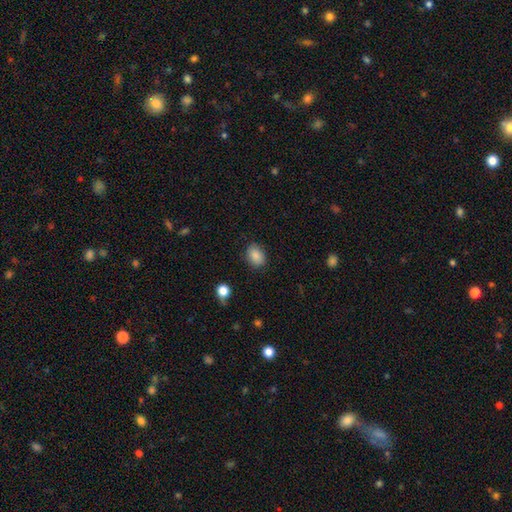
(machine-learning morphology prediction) Smooth or featured? smooth (87%)
How rounded? in between (72%)
Merging? none (82%)